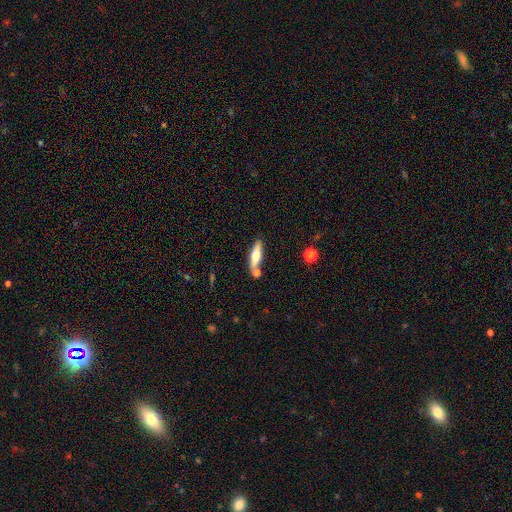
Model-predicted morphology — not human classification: A smooth galaxy with no disk features (50%).

Vote fractions:
- Smooth or featured? smooth: 50% / featured or disk: 44% / star or artifact: 6%
- Merging? none: 73% / merger: 13% / minor disturbance: 11% / major disturbance: 3%